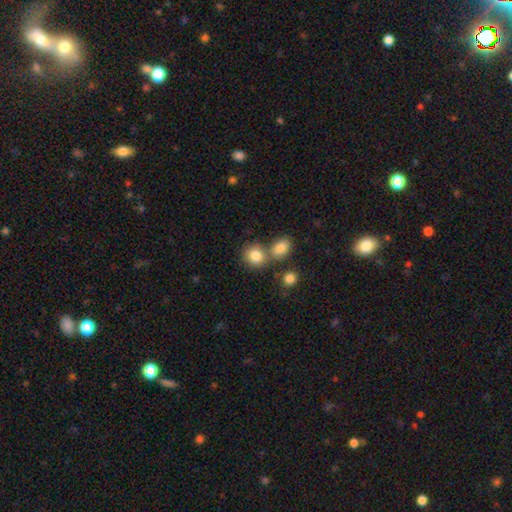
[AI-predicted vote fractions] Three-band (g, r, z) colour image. It shows a smooth galaxy with no disk features (83%) that is round (72%). Merging: none (52%).